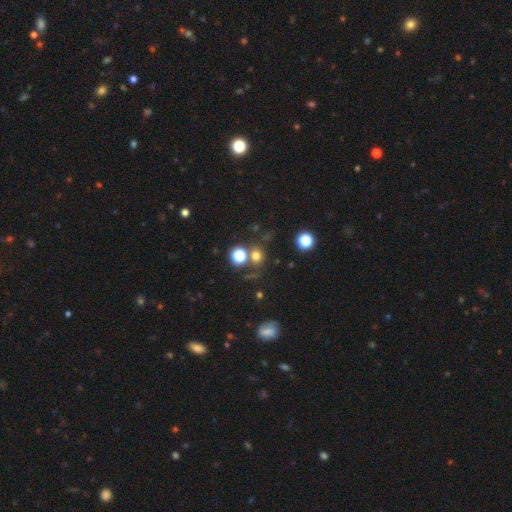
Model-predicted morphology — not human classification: Smooth or featured? Predicted: smooth (p=0.66). How rounded? Predicted: round (p=0.80). Merging? Predicted: none (p=0.68).